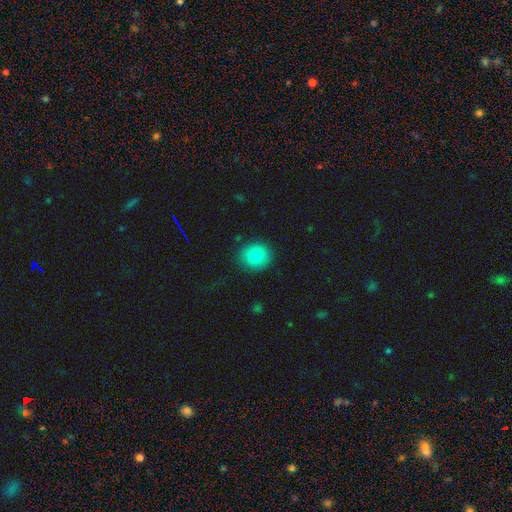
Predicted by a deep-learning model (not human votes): smooth-or-featured: smooth: 83% | star or artifact: 9% | featured or disk: 7%
  how-rounded: round: 79% | in between: 20% | cigar-shaped: 1%
  merging: none: 86% | minor disturbance: 10% | major disturbance: 3% | merger: 1%